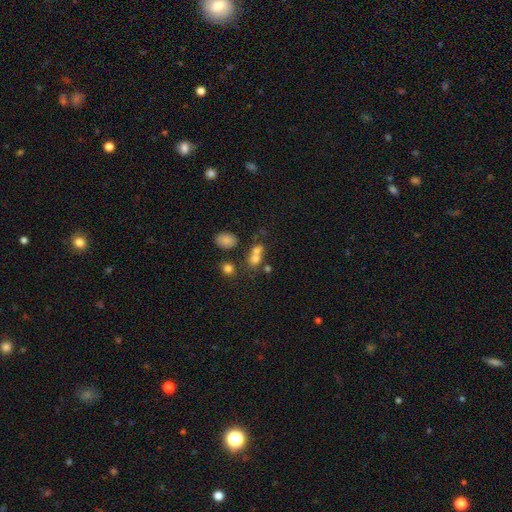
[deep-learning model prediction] Overall: smooth (69%). How rounded: round (60%; in between 38%). Merging: merger (50%; none 36%).